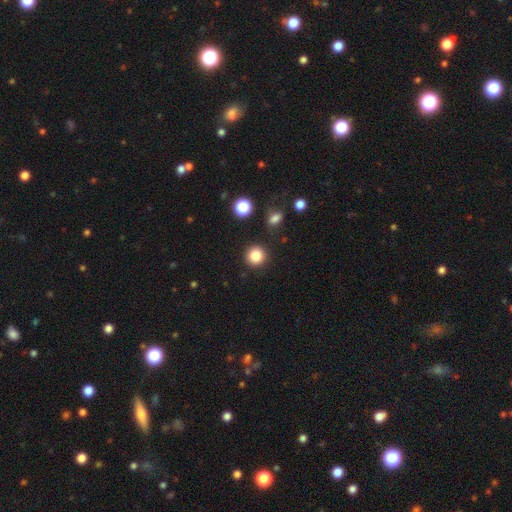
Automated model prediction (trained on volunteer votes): This appears to be a smooth galaxy with no disk features (85%) that is round (93%). Merging: none (90%).